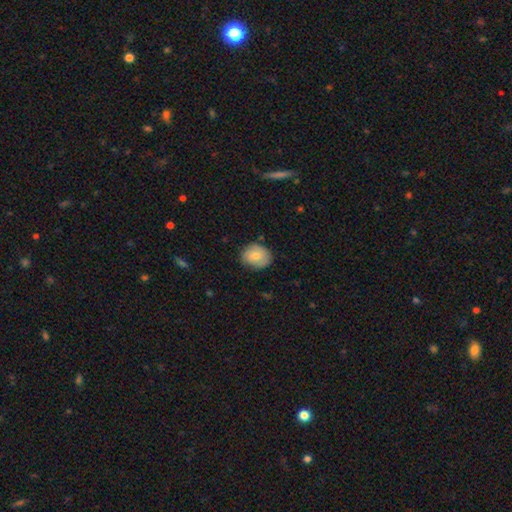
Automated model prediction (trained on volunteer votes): Smooth or featured?
  - smooth: 77% *
  - featured or disk: 15%
  - star or artifact: 8%
How rounded?
  - round: 55% *
  - in between: 44%
  - cigar-shaped: 1%
Merging?
  - none: 77% *
  - minor disturbance: 19%
  - major disturbance: 3%
  - merger: 1%